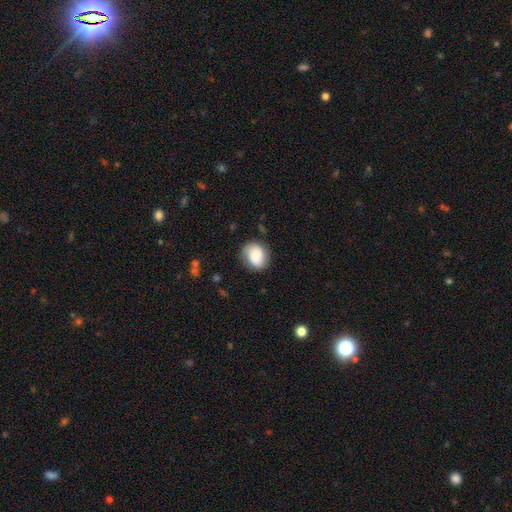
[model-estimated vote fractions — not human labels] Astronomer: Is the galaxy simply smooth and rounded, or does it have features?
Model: smooth — 64%.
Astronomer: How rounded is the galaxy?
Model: round — 65%.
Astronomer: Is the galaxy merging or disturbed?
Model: none — 76%.